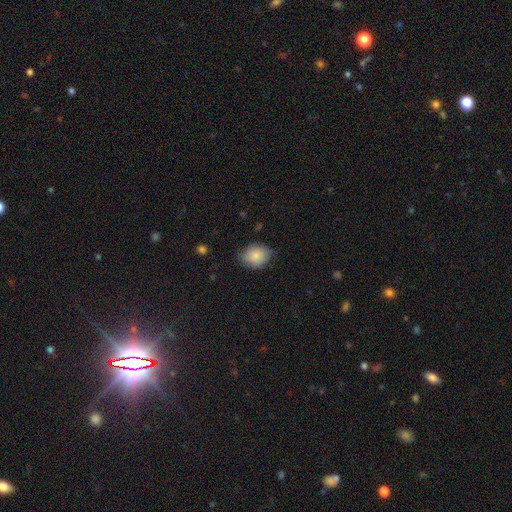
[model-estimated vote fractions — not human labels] smooth-or-featured: smooth: 84% | featured or disk: 9% | star or artifact: 7%
  how-rounded: in between: 56% | round: 43% | cigar-shaped: 1%
  merging: none: 67% | minor disturbance: 27% | major disturbance: 5% | merger: 1%